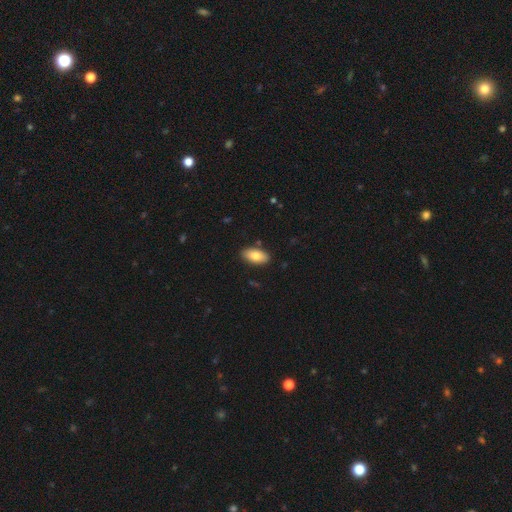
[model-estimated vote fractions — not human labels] A smooth galaxy with no disk features (82%) that is in between round and cigar-shaped (92%). Merging: none (87%).